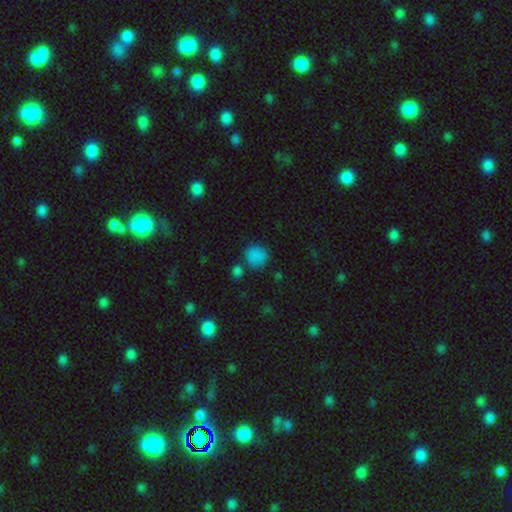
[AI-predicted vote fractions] A smooth galaxy with no disk features (82%) that is round (87%).

Vote fractions:
- Smooth or featured? smooth: 82% / star or artifact: 13% / featured or disk: 5%
- How rounded? round: 87% / in between: 12% / cigar-shaped: 1%
- Merging? none: 72% / minor disturbance: 14% / merger: 9% / major disturbance: 5%